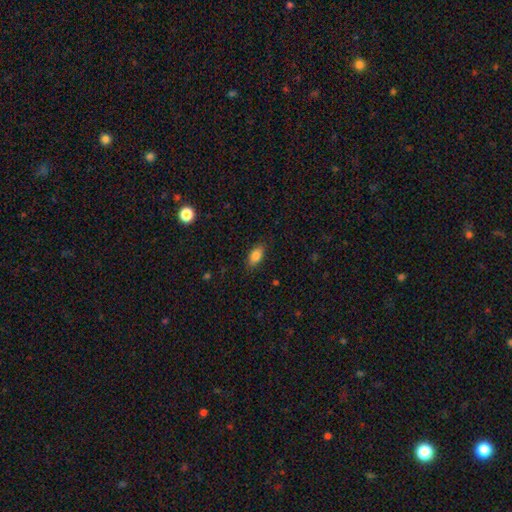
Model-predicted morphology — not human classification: Smooth or featured: smooth — 82% (featured or disk — 9%)
How rounded: in between — 88% (cigar-shaped — 7%)
Merging: none — 86% (minor disturbance — 10%)